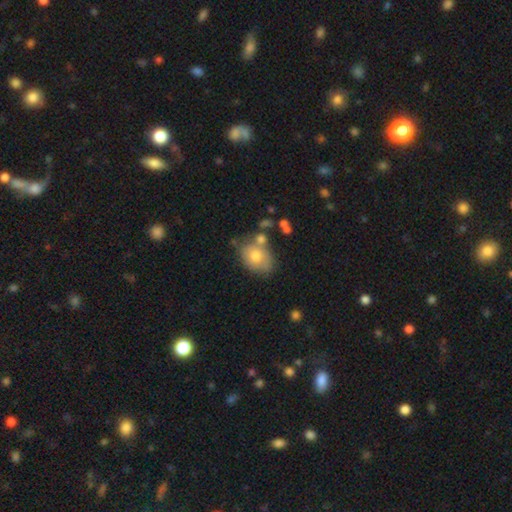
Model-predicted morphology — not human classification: The model was most divided on "merging": none: 52%, minor disturbance: 22%, merger: 18%, major disturbance: 7%. More confident: smooth or featured — smooth (69%); how rounded — in between (66%).